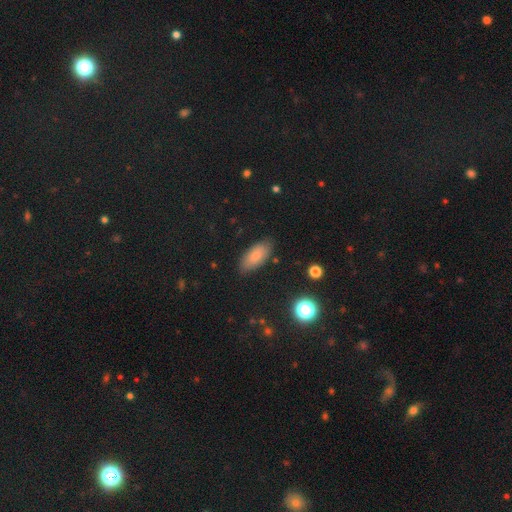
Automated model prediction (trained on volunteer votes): smooth 80%, featured or disk 12%, star or artifact 9%. Down the decision tree: how rounded — in between (86%); merging — none (83%).